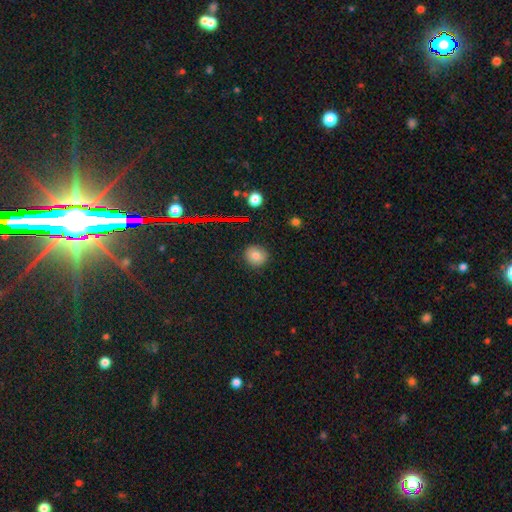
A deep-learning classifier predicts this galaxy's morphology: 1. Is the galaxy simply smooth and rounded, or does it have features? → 77% smooth, 14% star or artifact, 9% featured or disk.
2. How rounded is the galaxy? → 84% round, 15% in between, 1% cigar-shaped.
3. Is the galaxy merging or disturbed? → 87% none, 9% minor disturbance, 2% major disturbance, 1% merger.